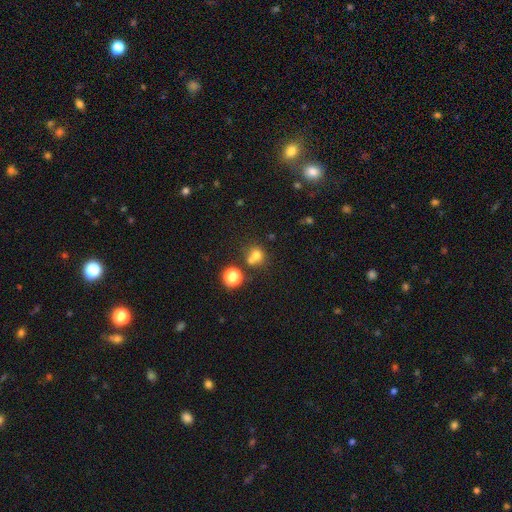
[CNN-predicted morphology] Overall: smooth (70%). How rounded: round (84%). Merging: none (50%; merger 38%).